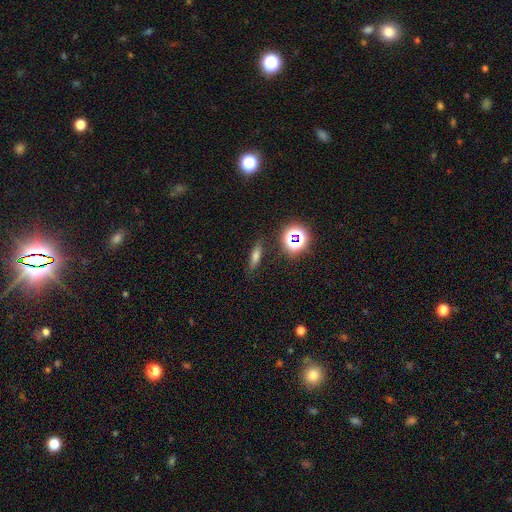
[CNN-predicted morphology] This is likely a smooth galaxy (63%). How rounded: possibly cigar-shaped (54%). Merging: clearly none (84%).